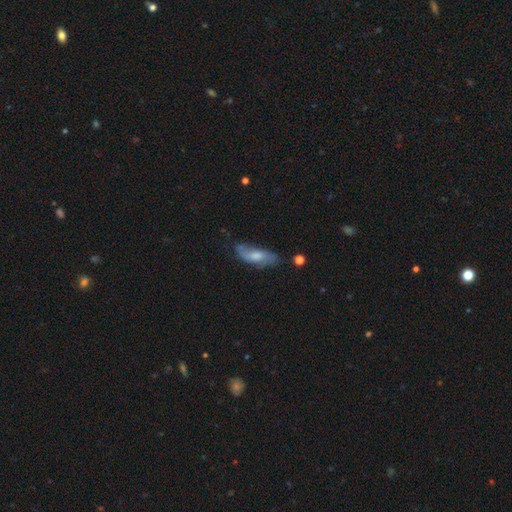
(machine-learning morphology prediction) smooth 50%, featured or disk 43%, star or artifact 7%. Down the decision tree: merging — none (57%).